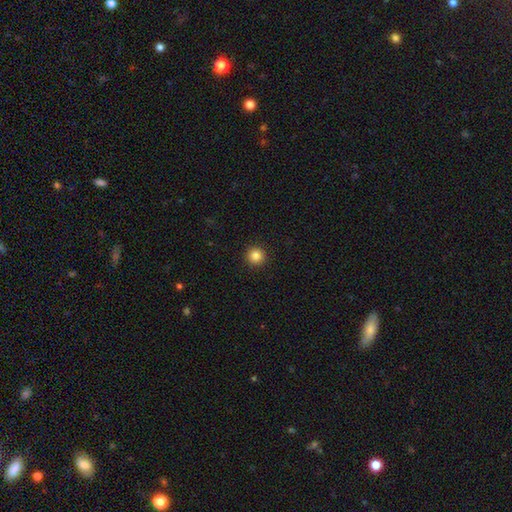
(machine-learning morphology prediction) Smooth or featured?
  - smooth: 84% *
  - star or artifact: 11%
  - featured or disk: 4%
How rounded?
  - round: 96% *
  - in between: 3%
  - cigar-shaped: 1%
Merging?
  - none: 94% *
  - minor disturbance: 4%
  - major disturbance: 1%
  - merger: 1%